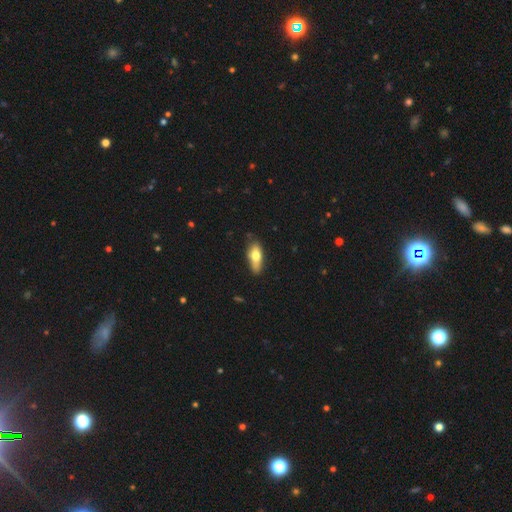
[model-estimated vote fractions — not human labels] smooth-or-featured: smooth: 66% | featured or disk: 28% | star or artifact: 6%
  how-rounded: in between: 71% | cigar-shaped: 26% | round: 3%
  merging: none: 76% | minor disturbance: 19% | major disturbance: 3% | merger: 2%